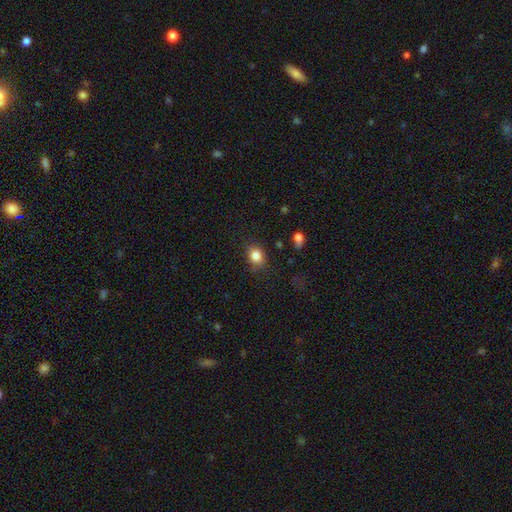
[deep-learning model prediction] smooth 84%, star or artifact 10%, featured or disk 6%. Down the decision tree: how rounded — round (51%); merging — none (80%).